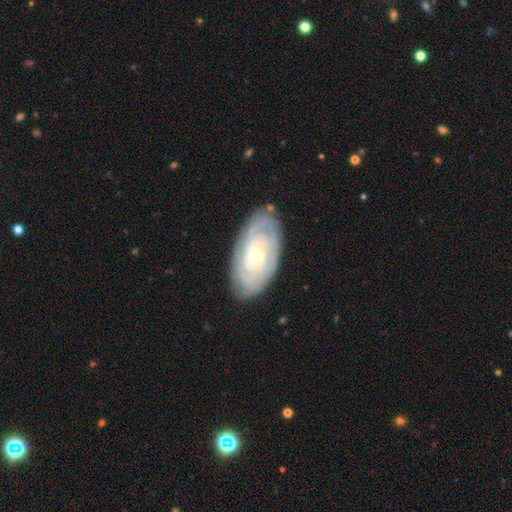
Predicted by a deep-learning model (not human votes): A featured or disk galaxy (79%) with no bar (77%), tight (80%) spiral arms (90%) and a small central bulge (57%). Merging: none (81%).